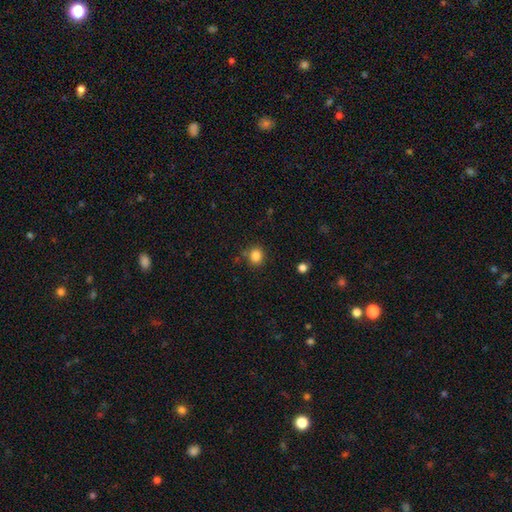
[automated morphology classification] Smooth or featured: smooth — 84% (star or artifact — 11%)
How rounded: round — 81% (in between — 18%)
Merging: none — 79% (minor disturbance — 12%)